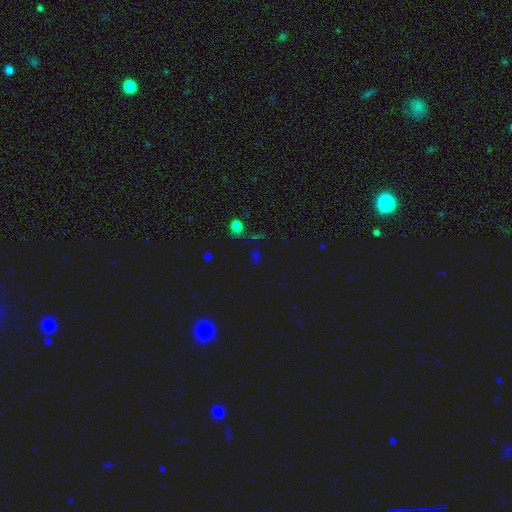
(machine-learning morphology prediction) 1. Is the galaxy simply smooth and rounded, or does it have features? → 47% star or artifact, 44% smooth, 9% featured or disk.